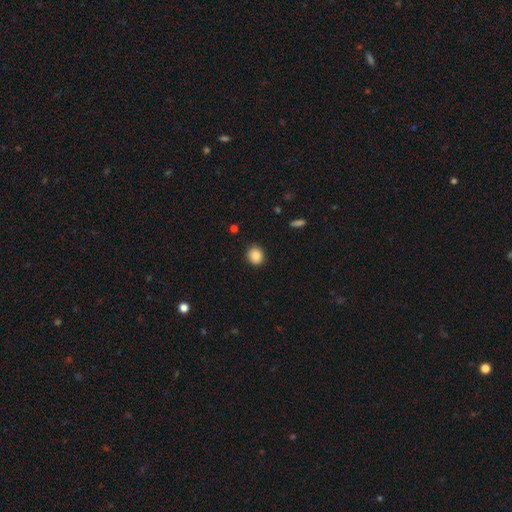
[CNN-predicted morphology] Smooth or featured? Predicted: smooth (p=0.87). How rounded? Predicted: round (p=0.83). Merging? Predicted: none (p=0.90).